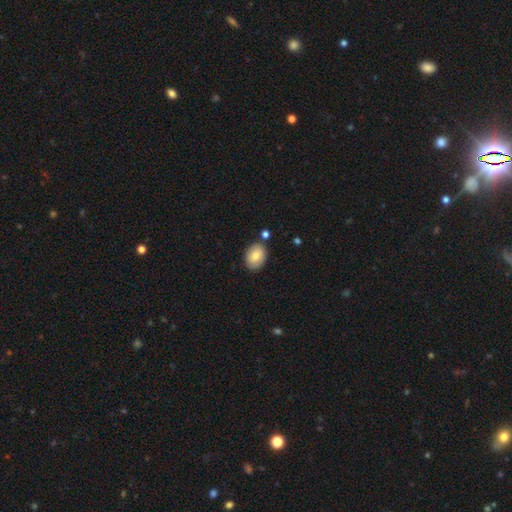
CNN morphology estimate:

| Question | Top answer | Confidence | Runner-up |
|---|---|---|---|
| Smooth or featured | smooth | 81% | featured or disk (11%) |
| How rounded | in between | 77% | round (22%) |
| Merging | none | 82% | minor disturbance (11%) |